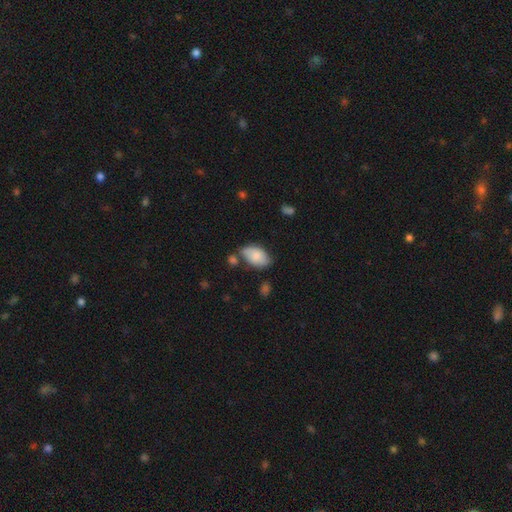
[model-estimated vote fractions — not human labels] A smooth galaxy with no disk features (80%) that is in between round and cigar-shaped (94%).

Vote fractions:
- Smooth or featured? smooth: 80% / featured or disk: 14% / star or artifact: 6%
- How rounded? in between: 94% / round: 5% / cigar-shaped: 1%
- Merging? none: 59% / minor disturbance: 24% / merger: 11% / major disturbance: 6%